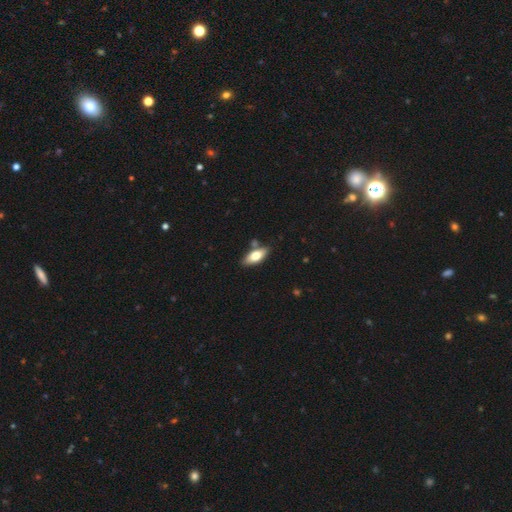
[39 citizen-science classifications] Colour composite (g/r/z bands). It shows a smooth galaxy with no disk features (62%) that is in between round and cigar-shaped (83%). Merging: none (69%).